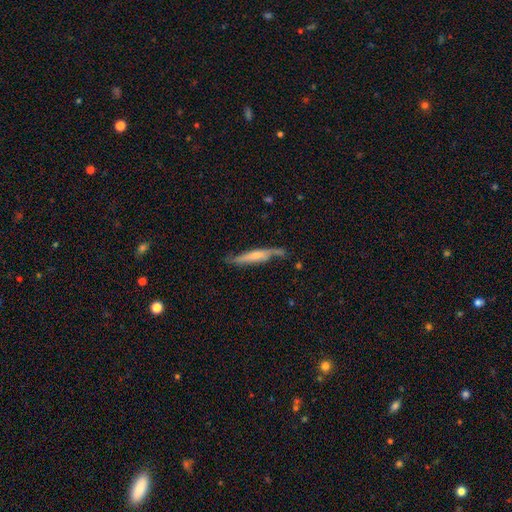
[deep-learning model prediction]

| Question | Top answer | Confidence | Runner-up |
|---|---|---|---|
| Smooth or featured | featured or disk | 49% | smooth (45%) |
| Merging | none | 61% | minor disturbance (26%) |